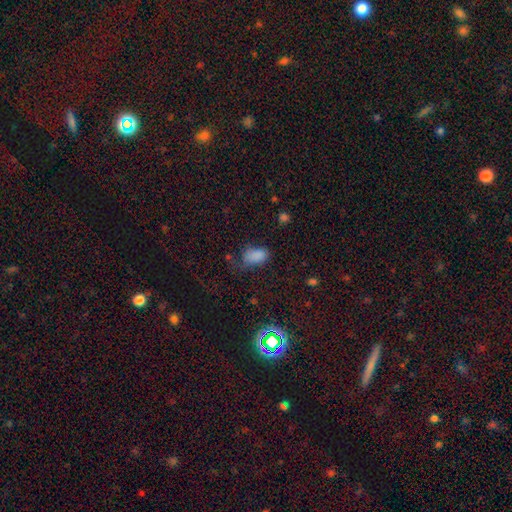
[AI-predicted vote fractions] A smooth galaxy with no disk features (80%) that is in between round and cigar-shaped (91%).

Vote fractions:
- Smooth or featured? smooth: 80% / star or artifact: 13% / featured or disk: 7%
- How rounded? in between: 91% / round: 7% / cigar-shaped: 2%
- Merging? none: 42% / minor disturbance: 33% / major disturbance: 22% / merger: 4%